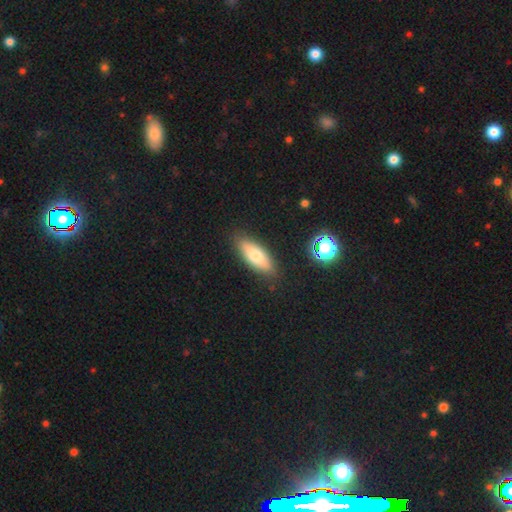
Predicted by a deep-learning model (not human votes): This is likely a smooth galaxy (69%). How rounded: likely in between (69%). Merging: clearly none (85%).